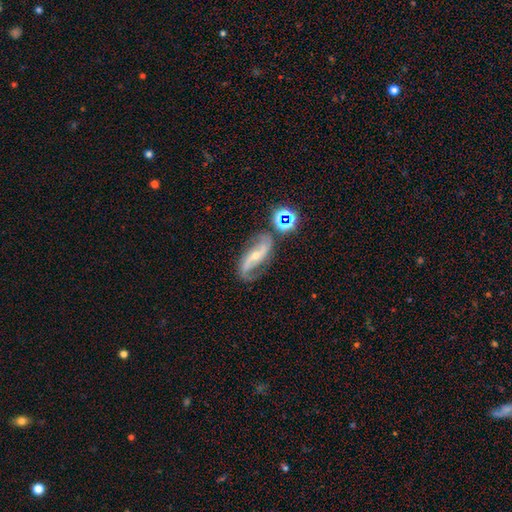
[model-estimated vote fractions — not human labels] Q: Smooth or featured?
A: featured or disk (84%); runner-up: star or artifact (9%)
Q: Edge-on disk?
A: no (93%); runner-up: yes (7%)
Q: Bar?
A: strong (37%); runner-up: no (34%)
Q: Spiral arms?
A: yes (95%); runner-up: no (5%)
Q: Spiral winding?
A: loose (56%); runner-up: medium (32%)
Q: Spiral arm count?
A: 2 (90%); runner-up: can't tell (4%)
Q: Bulge size?
A: small (59%); runner-up: moderate (38%)
Q: Merging?
A: none (68%); runner-up: minor disturbance (18%)